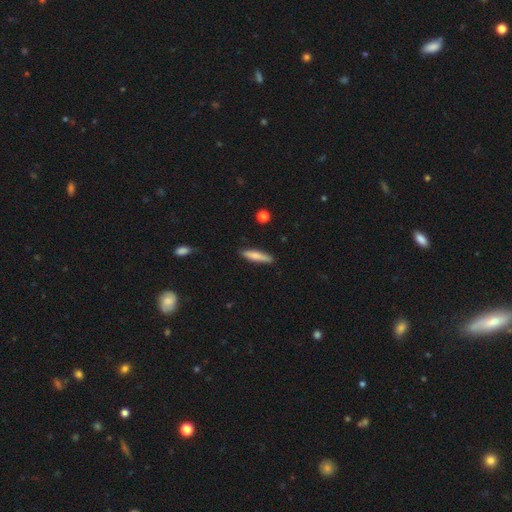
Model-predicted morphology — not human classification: Smooth or featured? smooth (73%)
How rounded? cigar-shaped (84%)
Merging? none (85%)